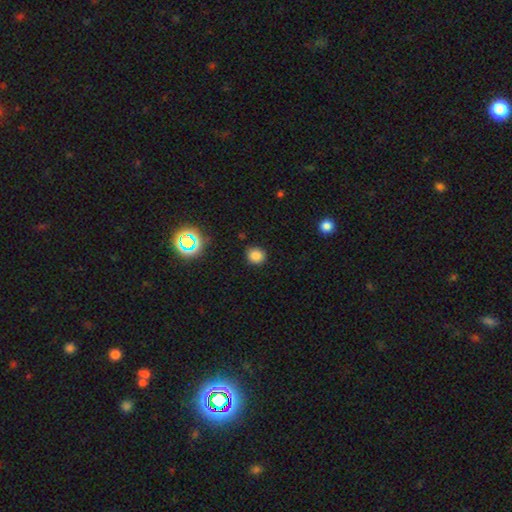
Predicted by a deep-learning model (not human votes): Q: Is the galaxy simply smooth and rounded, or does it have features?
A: smooth — 80%.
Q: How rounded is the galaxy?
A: round — 83%.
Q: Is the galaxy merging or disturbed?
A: none — 86%.